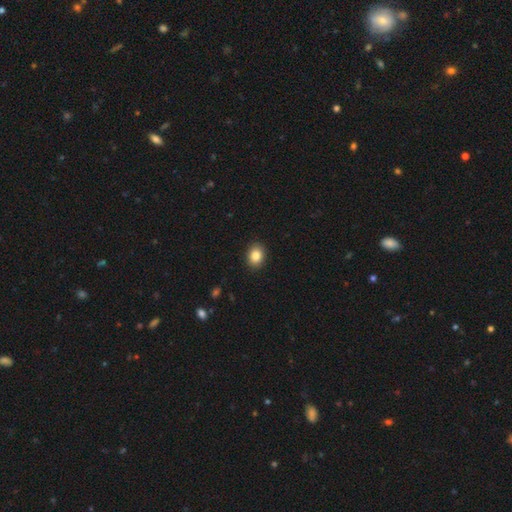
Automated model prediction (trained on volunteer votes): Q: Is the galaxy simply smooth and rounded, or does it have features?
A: smooth — 85%.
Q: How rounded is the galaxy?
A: in between — 54%.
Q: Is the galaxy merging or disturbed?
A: none — 91%.